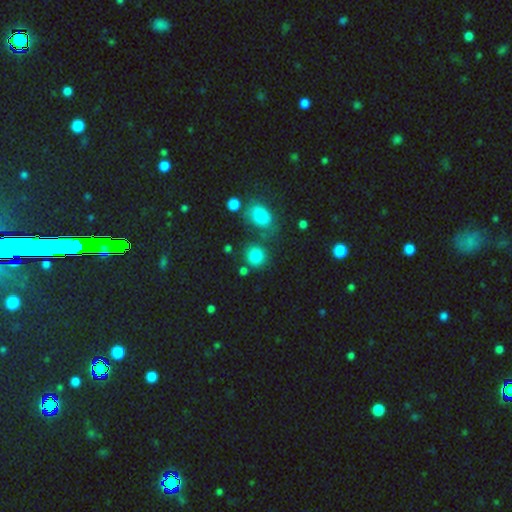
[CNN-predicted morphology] Smooth or featured? smooth (81%)
How rounded? round (84%)
Merging? none (71%)